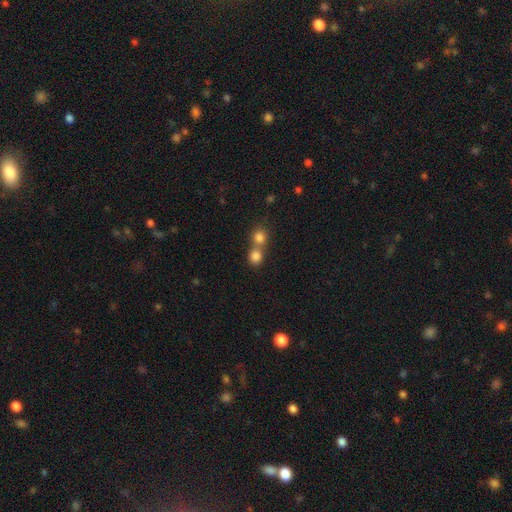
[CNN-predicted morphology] smooth_or_featured: smooth (p=0.81) [alt: star or artifact p=0.12]
how_rounded: round (p=0.85) [alt: in between p=0.13]
merging: merger (p=0.50) [alt: none p=0.43]